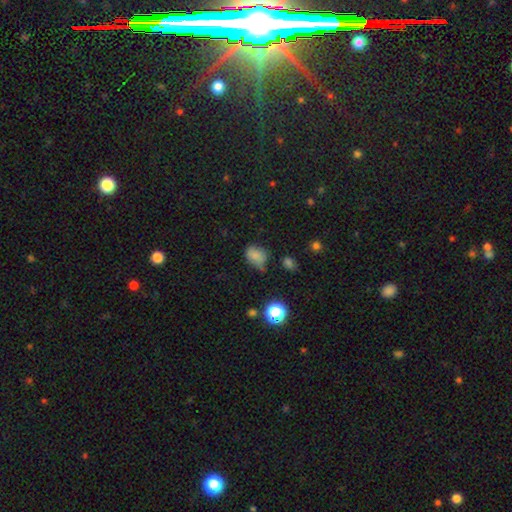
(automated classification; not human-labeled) Overall: smooth (72%). How rounded: in between (65%; round 34%). Merging: none (45%; minor disturbance 35%).